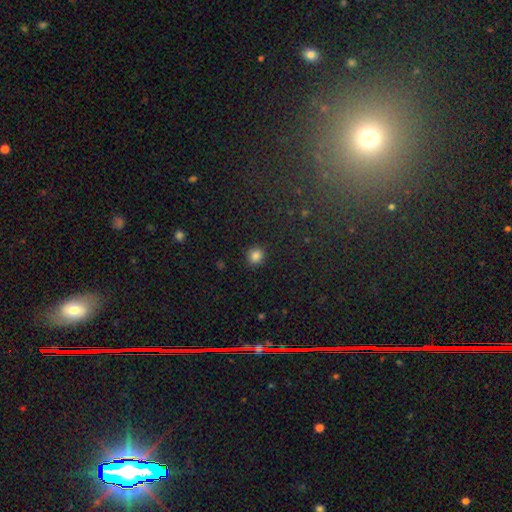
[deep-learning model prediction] This is clearly a smooth galaxy (84%). How rounded: clearly round (89%). Merging: clearly none (89%).